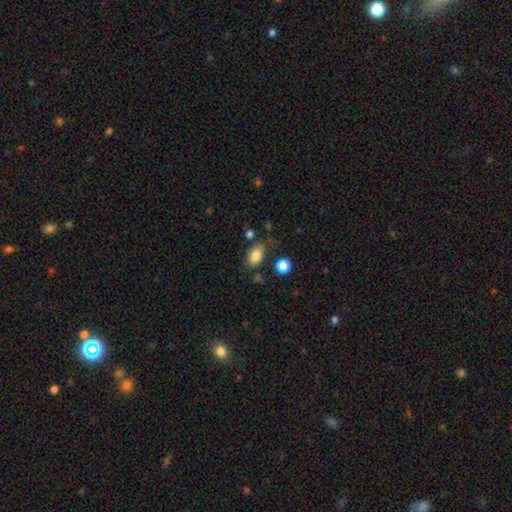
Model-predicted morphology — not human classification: smooth_or_featured: smooth (p=0.83) [alt: star or artifact p=0.09]
how_rounded: in between (p=0.89) [alt: round p=0.09]
merging: none (p=0.76) [alt: minor disturbance p=0.15]